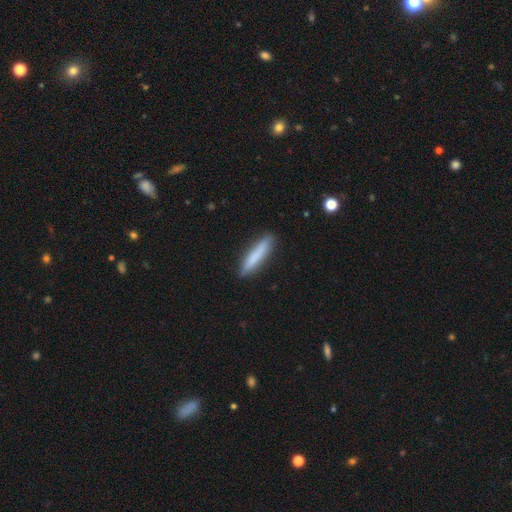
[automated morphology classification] A smooth galaxy with no disk features (80%) that is cigar-shaped (87%). Merging: none (87%).